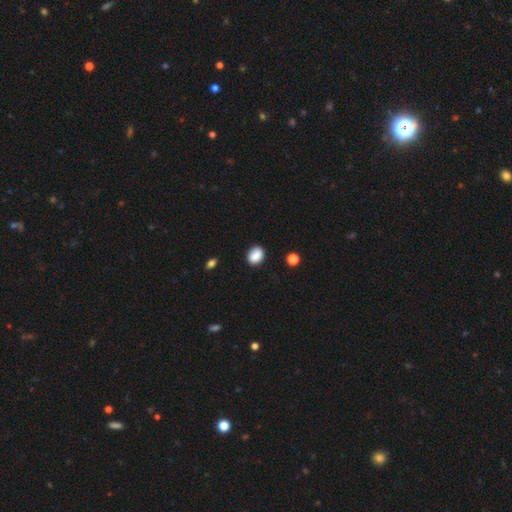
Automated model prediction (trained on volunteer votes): Q: Smooth or featured?
A: smooth (87%); runner-up: star or artifact (9%)
Q: How rounded?
A: in between (67%); runner-up: round (32%)
Q: Merging?
A: none (83%); runner-up: minor disturbance (13%)